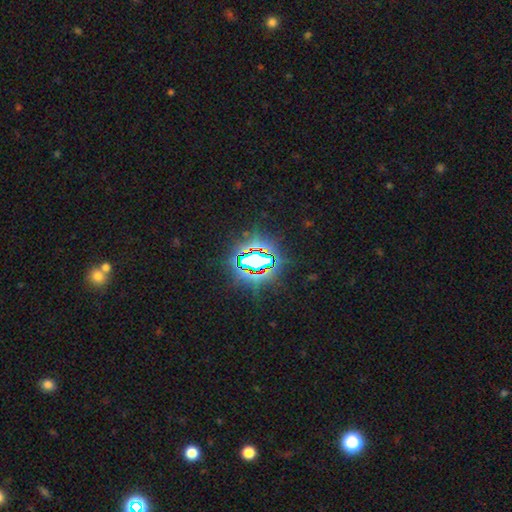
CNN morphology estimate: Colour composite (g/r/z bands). It shows a star or artifact, not a galaxy (82%).